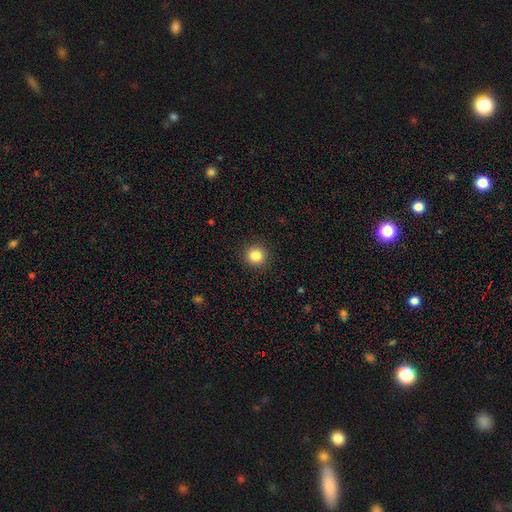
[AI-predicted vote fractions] Q: Smooth or featured?
A: smooth (84%); runner-up: star or artifact (12%)
Q: How rounded?
A: round (94%); runner-up: in between (5%)
Q: Merging?
A: none (92%); runner-up: minor disturbance (5%)